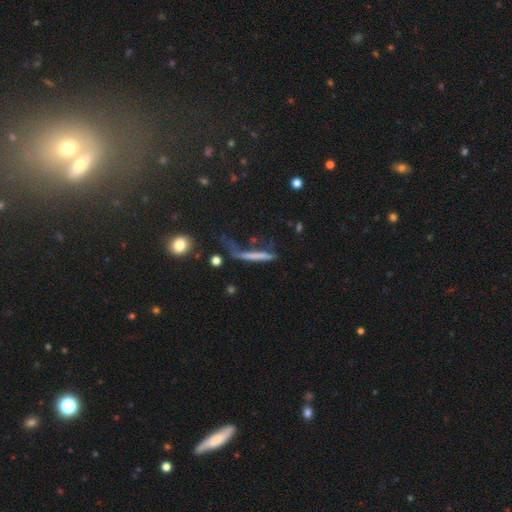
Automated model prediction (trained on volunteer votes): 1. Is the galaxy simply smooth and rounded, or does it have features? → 55% smooth, 35% featured or disk, 10% star or artifact.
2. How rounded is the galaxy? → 90% cigar-shaped, 6% in between, 3% round.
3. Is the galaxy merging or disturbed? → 39% none, 30% major disturbance, 22% minor disturbance, 9% merger.